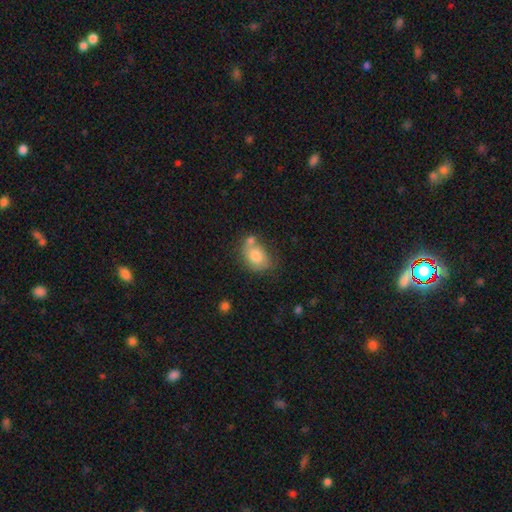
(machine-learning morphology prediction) A smooth galaxy with no disk features (77%) that is in between round and cigar-shaped (73%).

Vote fractions:
- Smooth or featured? smooth: 77% / featured or disk: 15% / star or artifact: 8%
- How rounded? in between: 73% / round: 26% / cigar-shaped: 1%
- Merging? none: 46% / merger: 27% / minor disturbance: 20% / major disturbance: 7%